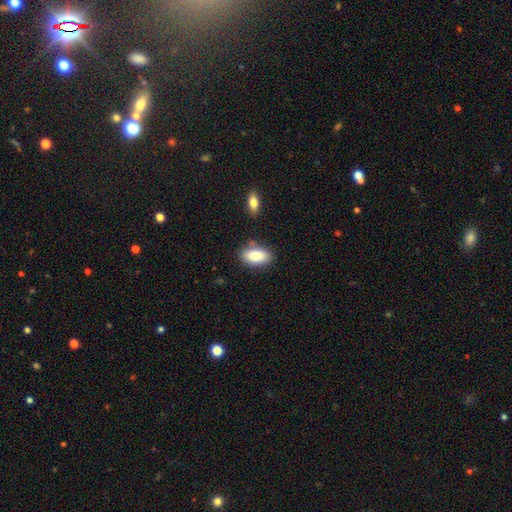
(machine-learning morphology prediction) The model was most divided on "merging": none: 80%, minor disturbance: 12%, merger: 6%, major disturbance: 3%. More confident: how rounded — in between (91%); smooth or featured — smooth (83%).